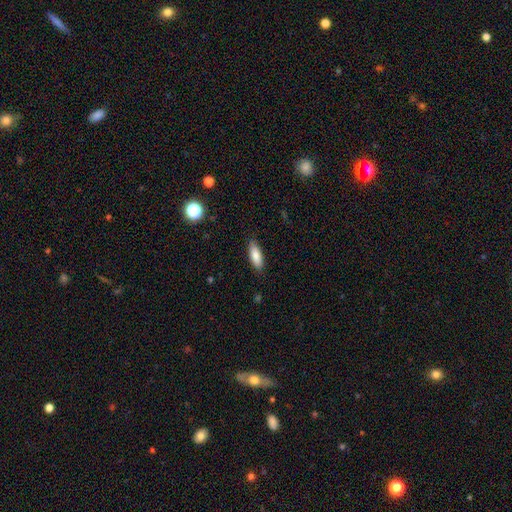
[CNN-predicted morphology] Smooth or featured?
  - smooth: 83% *
  - featured or disk: 11%
  - star or artifact: 7%
How rounded?
  - in between: 64% *
  - cigar-shaped: 34%
  - round: 2%
Merging?
  - none: 86% *
  - minor disturbance: 11%
  - major disturbance: 2%
  - merger: 1%